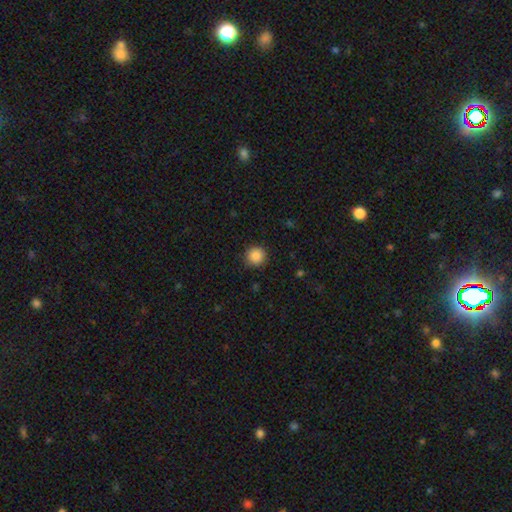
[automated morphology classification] This appears to be a smooth galaxy with no disk features (88%) that is round (94%). Merging: none (89%).